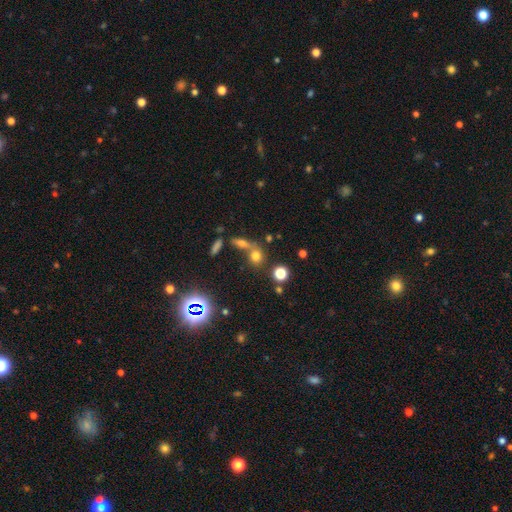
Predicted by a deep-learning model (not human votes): This is likely a smooth galaxy (68%). How rounded: likely round (72%). Merging: possibly none (50%).